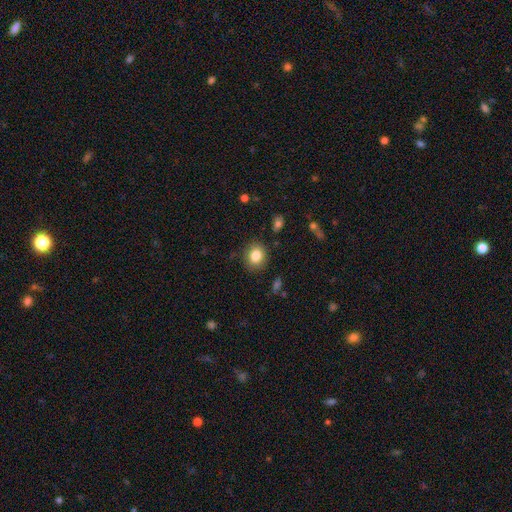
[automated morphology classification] Smooth or featured: smooth — 84% (star or artifact — 10%)
How rounded: round — 66% (in between — 33%)
Merging: none — 86% (minor disturbance — 10%)